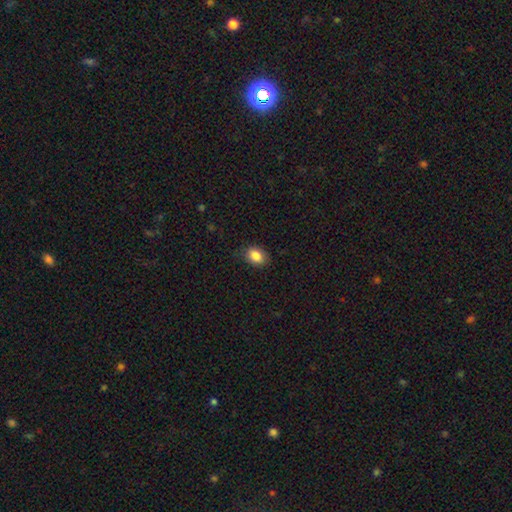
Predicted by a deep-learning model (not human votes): smooth-or-featured: smooth: 87% | star or artifact: 8% | featured or disk: 5%
  how-rounded: in between: 75% | round: 24% | cigar-shaped: 1%
  merging: none: 84% | minor disturbance: 13% | major disturbance: 3% | merger: 1%